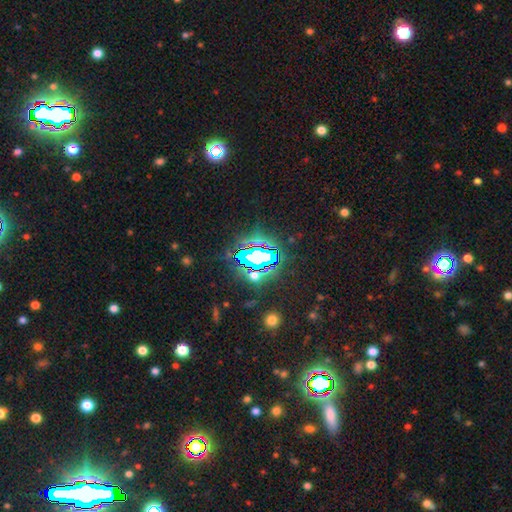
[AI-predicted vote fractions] star or artifact 68%, smooth 18%, featured or disk 14%.